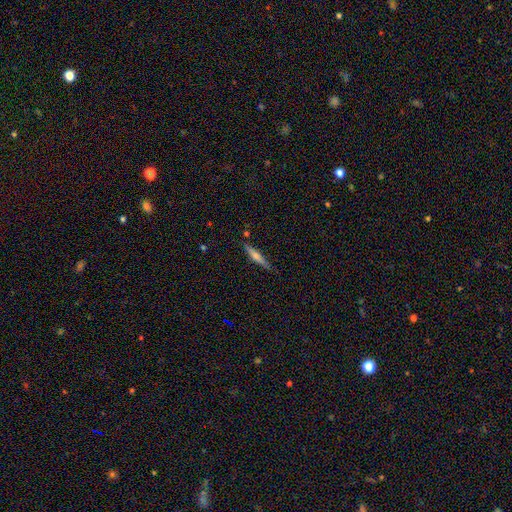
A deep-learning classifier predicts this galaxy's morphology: Smooth or featured?
  - featured or disk: 59% *
  - smooth: 34%
  - star or artifact: 7%
Edge-on disk?
  - yes: 96% *
  - no: 4%
Edge-on bulge?
  - rounded: 80% *
  - none: 14%
  - boxy: 7%
Merging?
  - none: 86% *
  - minor disturbance: 10%
  - merger: 2%
  - major disturbance: 2%